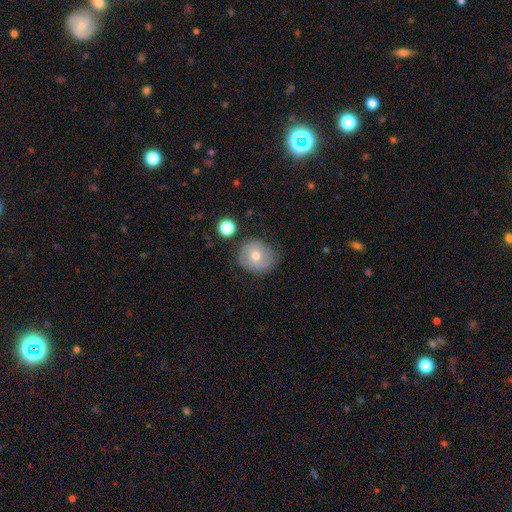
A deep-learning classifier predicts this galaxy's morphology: Smooth or featured?
  - smooth: 59% *
  - featured or disk: 32%
  - star or artifact: 9%
How rounded?
  - round: 82% *
  - in between: 17%
  - cigar-shaped: 1%
Merging?
  - none: 73% *
  - minor disturbance: 19%
  - major disturbance: 5%
  - merger: 3%